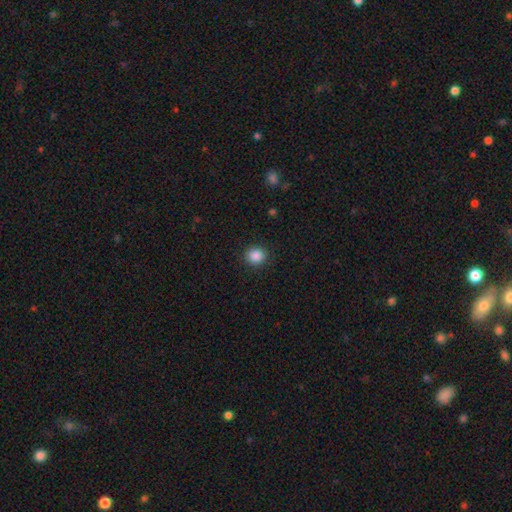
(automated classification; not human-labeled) Morphology: type=smooth (87%); roundness=round (85%); merging=none (90%).